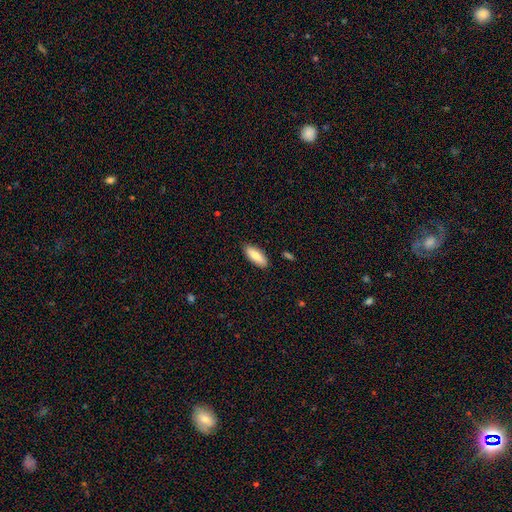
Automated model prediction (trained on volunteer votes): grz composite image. It shows a smooth galaxy with no disk features (80%) that is in between round and cigar-shaped (70%). Merging: none (88%).